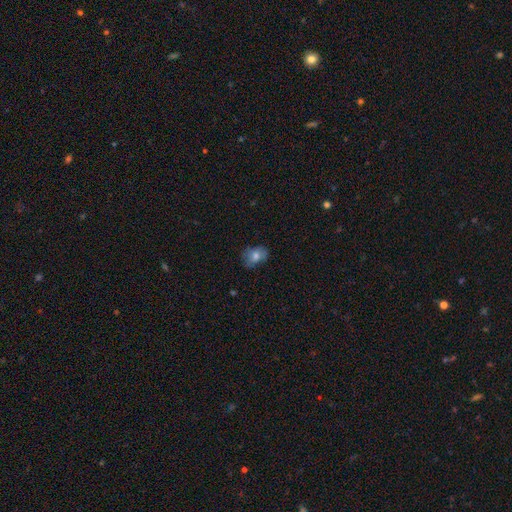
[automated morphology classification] type=smooth (72%); roundness=in between (64%); merging=none (68%).